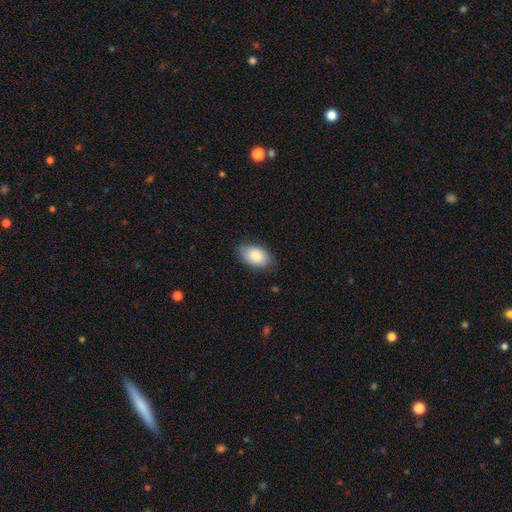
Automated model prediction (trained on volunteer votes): Overall: smooth (86%). How rounded: in between (93%). Merging: none (78%).